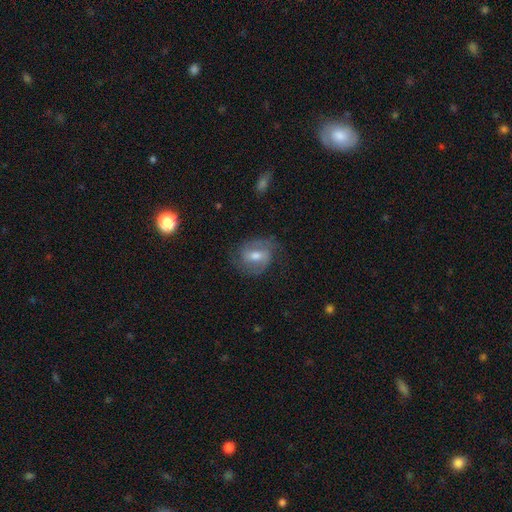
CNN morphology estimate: Smooth or featured? featured or disk (67%)
Edge-on disk? no (96%)
Bar? weak (50%)
Spiral arms? yes (88%)
Spiral winding? medium (48%)
Spiral arm count? 2 (78%)
Bulge size? moderate (67%)
Merging? none (68%)